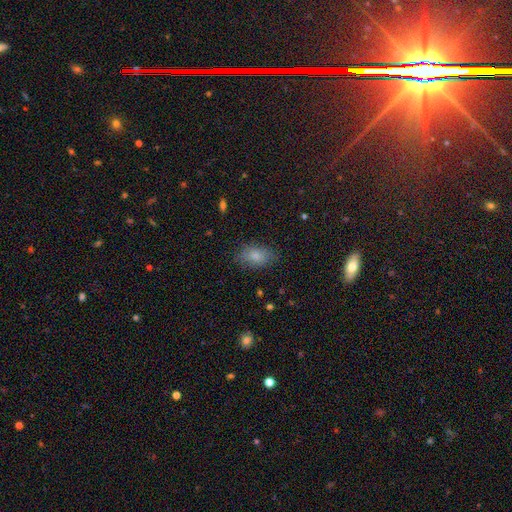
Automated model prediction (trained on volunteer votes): This is clearly a smooth galaxy (81%). How rounded: clearly in between (89%). Merging: clearly none (81%).